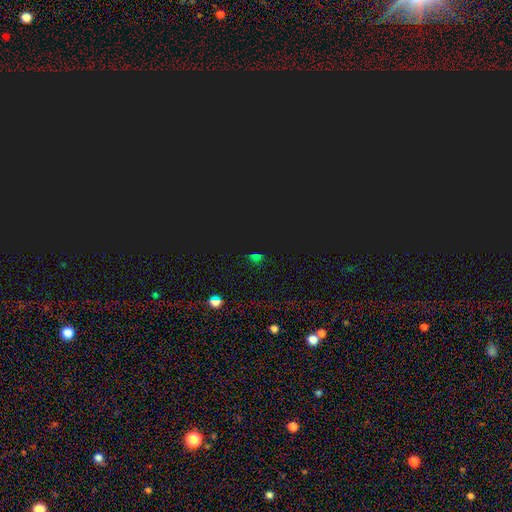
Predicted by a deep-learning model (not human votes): Smooth or featured? Predicted: star or artifact (p=0.65).